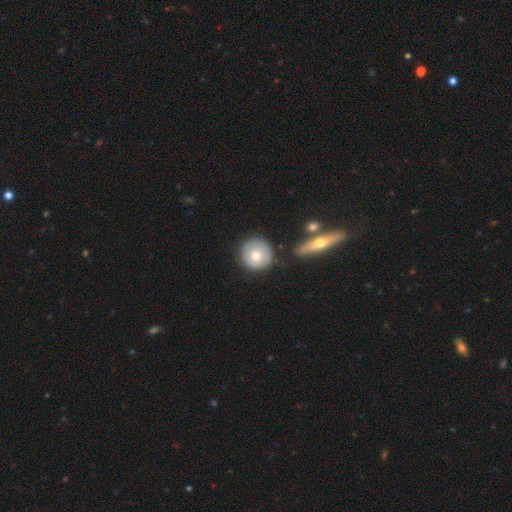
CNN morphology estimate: smooth 65%, featured or disk 29%, star or artifact 7%. Down the decision tree: how rounded — round (94%); merging — none (76%).